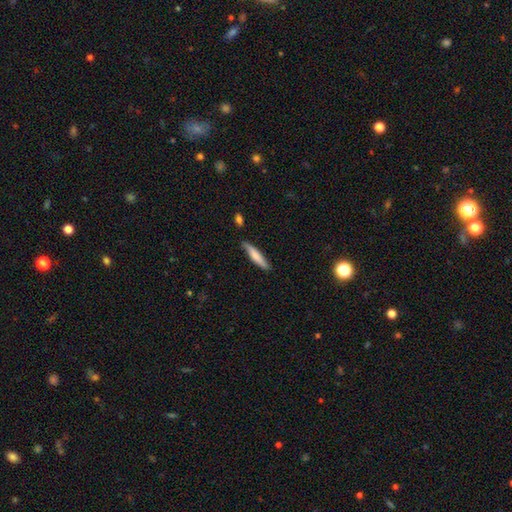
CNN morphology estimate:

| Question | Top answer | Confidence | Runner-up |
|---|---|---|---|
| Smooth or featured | smooth | 72% | featured or disk (23%) |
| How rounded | cigar-shaped | 87% | in between (12%) |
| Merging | none | 82% | minor disturbance (14%) |